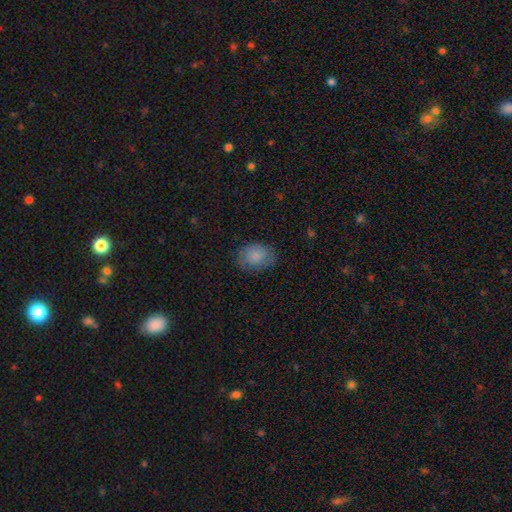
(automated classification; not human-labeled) This is likely a smooth galaxy (78%). How rounded: likely in between (66%). Merging: likely none (75%).